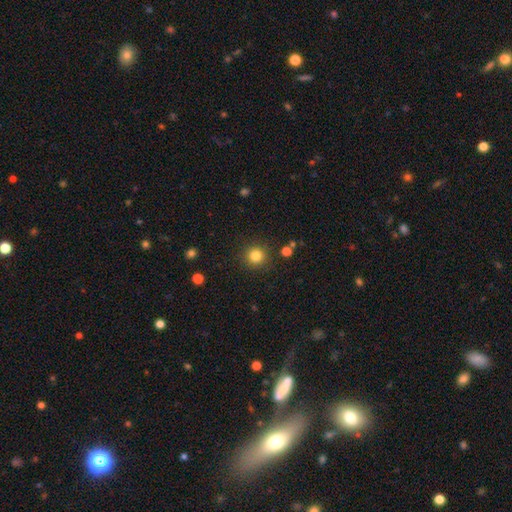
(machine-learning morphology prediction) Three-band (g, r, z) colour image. It shows a smooth galaxy with no disk features (83%) that is round (94%). Merging: none (89%).